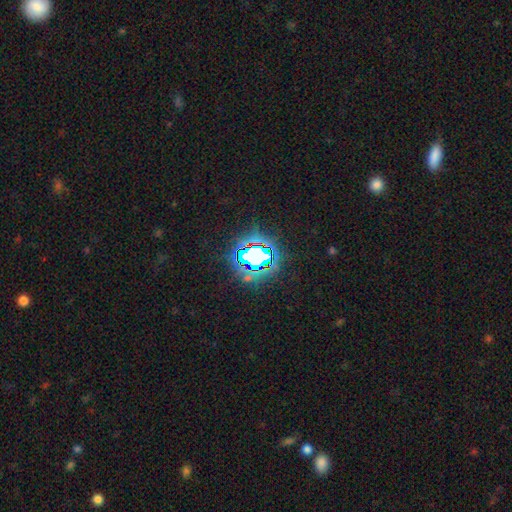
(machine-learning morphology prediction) A star or artifact, not a galaxy (72%).

Vote fractions:
- Smooth or featured? star or artifact: 72% / smooth: 16% / featured or disk: 12%